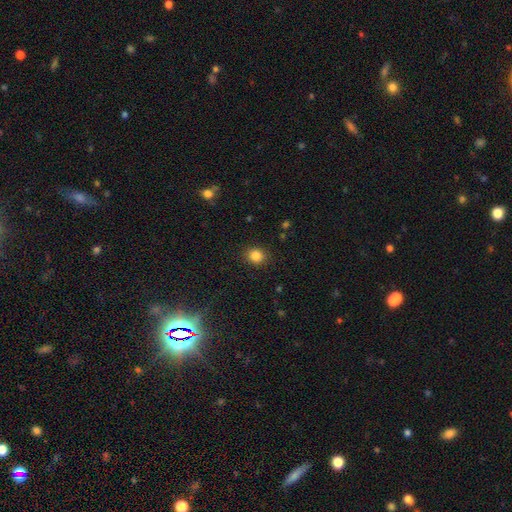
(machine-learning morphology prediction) Q: Smooth or featured?
A: smooth (84%); runner-up: star or artifact (12%)
Q: How rounded?
A: round (79%); runner-up: in between (20%)
Q: Merging?
A: none (89%); runner-up: minor disturbance (8%)